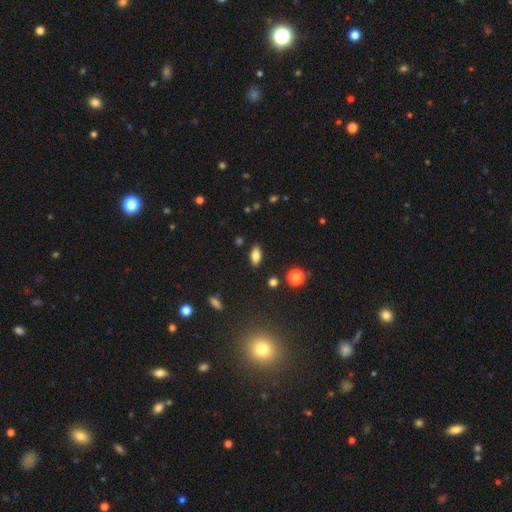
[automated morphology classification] This is likely a smooth galaxy (79%). How rounded: clearly in between (88%). Merging: clearly none (86%).